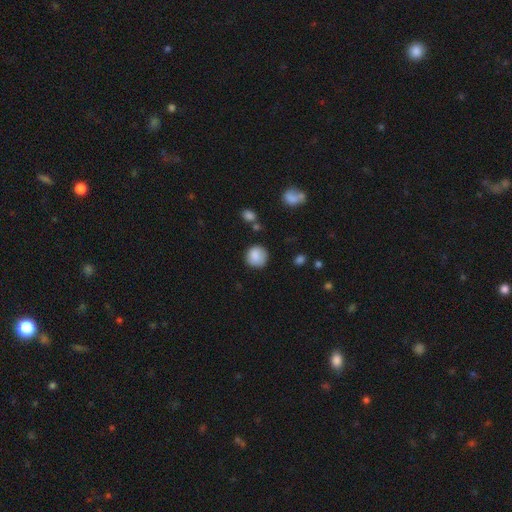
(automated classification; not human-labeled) Morphology: type=smooth (86%); roundness=round (89%); merging=none (79%).